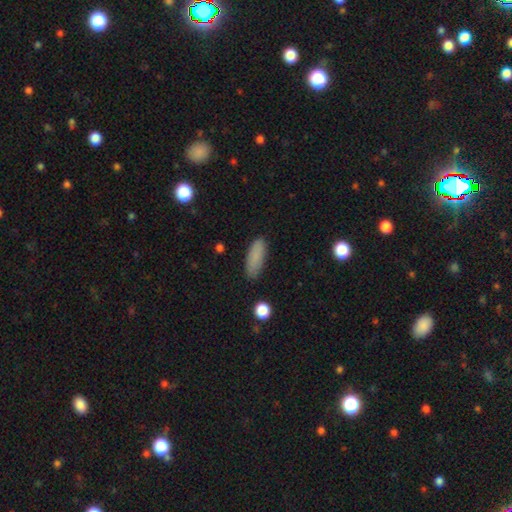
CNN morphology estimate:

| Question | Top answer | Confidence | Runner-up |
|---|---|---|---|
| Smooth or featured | smooth | 86% | star or artifact (8%) |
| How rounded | in between | 64% | cigar-shaped (34%) |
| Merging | none | 85% | minor disturbance (11%) |